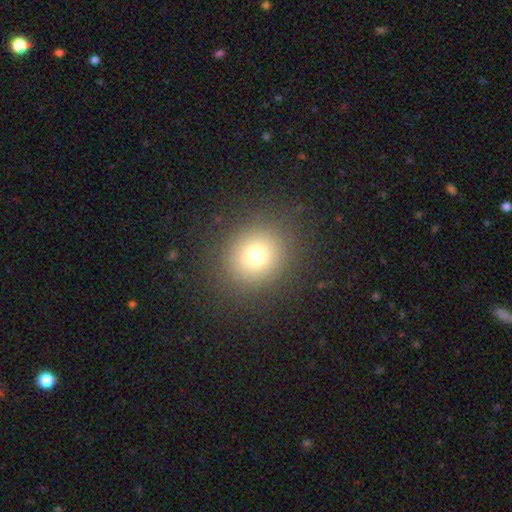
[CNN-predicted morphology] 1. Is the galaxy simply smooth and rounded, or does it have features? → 74% smooth, 16% star or artifact, 10% featured or disk.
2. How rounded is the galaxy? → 86% round, 13% in between, 1% cigar-shaped.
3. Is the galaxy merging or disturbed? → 88% none, 7% minor disturbance, 4% major disturbance, 1% merger.